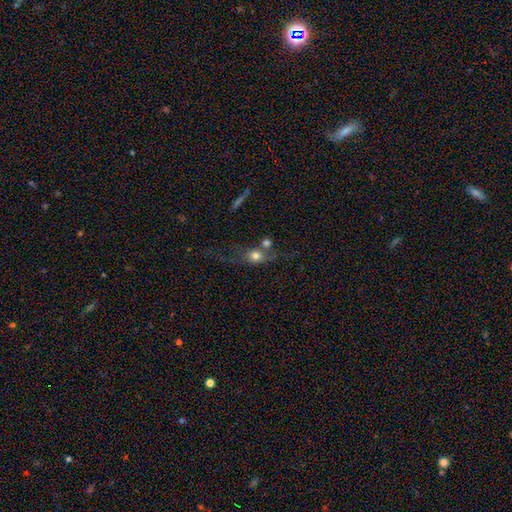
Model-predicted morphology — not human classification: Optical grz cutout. It shows a smooth galaxy with no disk features (57%) that is round (57%). Merging: merger (38%).